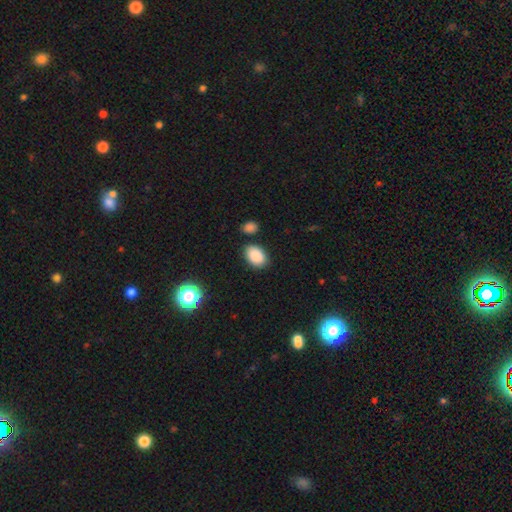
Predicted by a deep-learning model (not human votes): smooth 88%, star or artifact 8%, featured or disk 4%. Down the decision tree: how rounded — in between (85%); merging — none (81%).